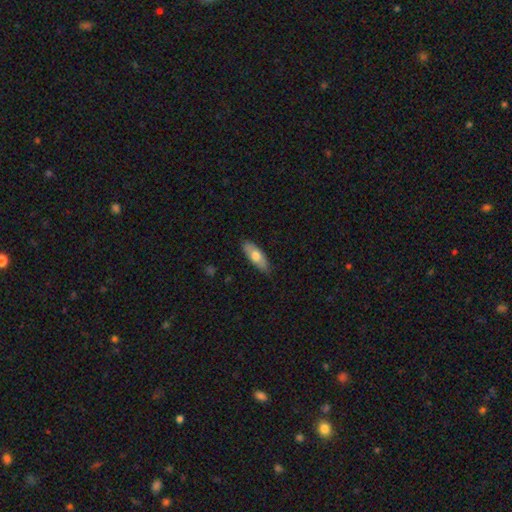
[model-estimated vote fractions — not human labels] Smooth or featured? smooth (66%)
How rounded? in between (69%)
Merging? none (82%)